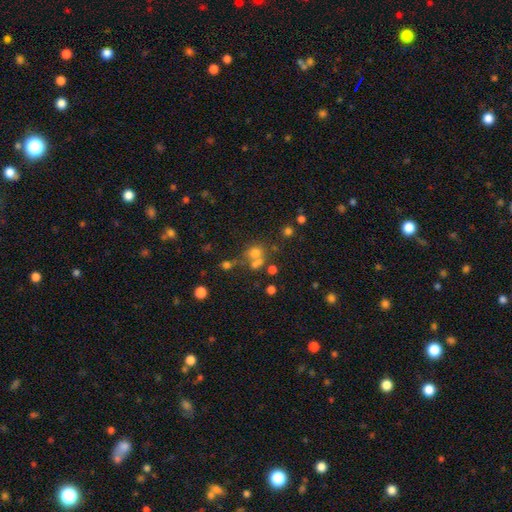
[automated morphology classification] type=smooth (59%); roundness=round (66%); merging=merger (43%).